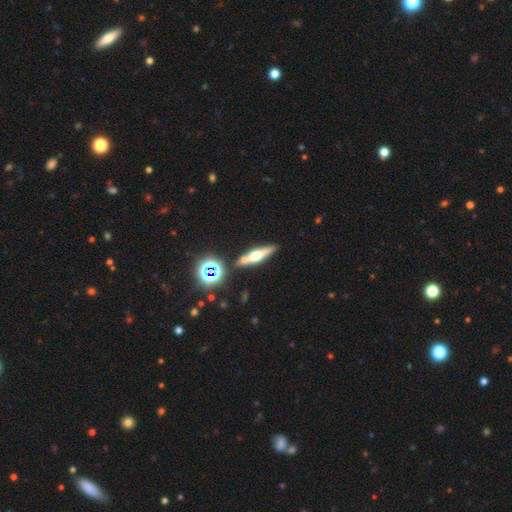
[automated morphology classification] A featured or disk galaxy (62%) viewed edge-on (94%) with a rounded central bulge (93%). Merging: none (80%).